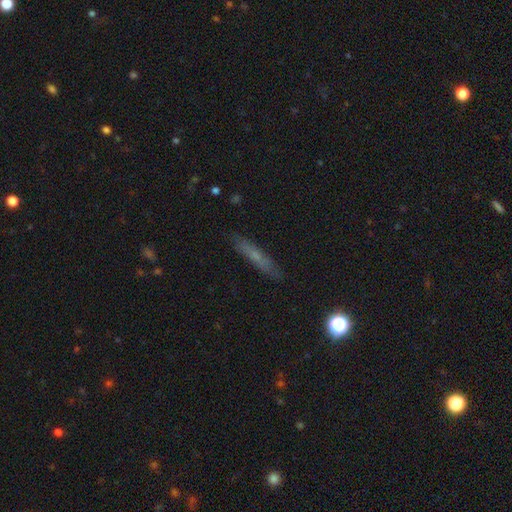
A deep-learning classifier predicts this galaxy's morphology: Overall: smooth (56%; featured or disk 34%). How rounded: cigar-shaped (91%). Merging: none (86%).